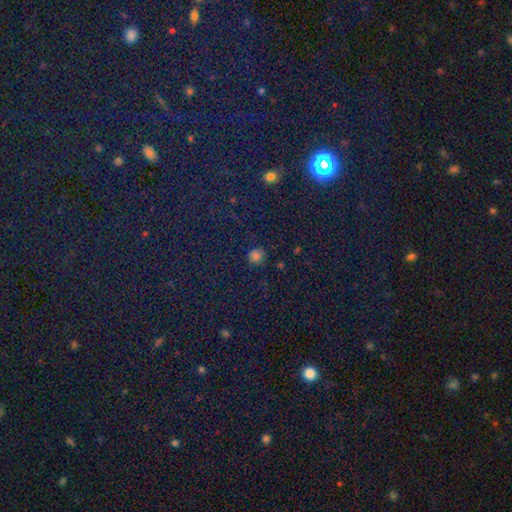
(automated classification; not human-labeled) Q: Smooth or featured?
A: smooth (69%); runner-up: star or artifact (25%)
Q: How rounded?
A: round (86%); runner-up: in between (13%)
Q: Merging?
A: none (81%); runner-up: minor disturbance (13%)